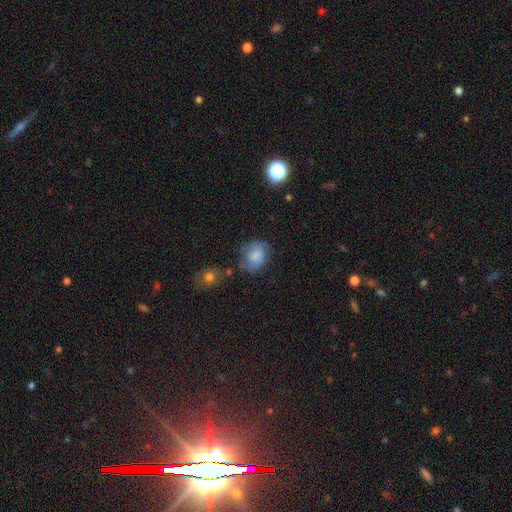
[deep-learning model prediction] The model was most divided on "how rounded": round: 50%, in between: 48%, cigar-shaped: 1%. More confident: smooth or featured — smooth (79%); merging — none (54%).